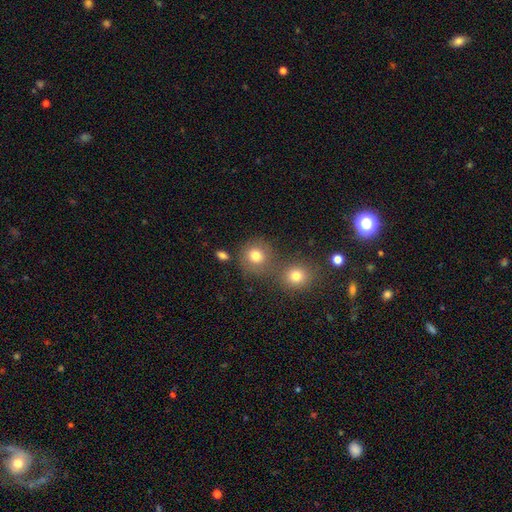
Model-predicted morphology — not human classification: smooth-or-featured: smooth: 79% | star or artifact: 12% | featured or disk: 9%
  how-rounded: round: 86% | in between: 13% | cigar-shaped: 1%
  merging: none: 61% | merger: 24% | minor disturbance: 10% | major disturbance: 4%